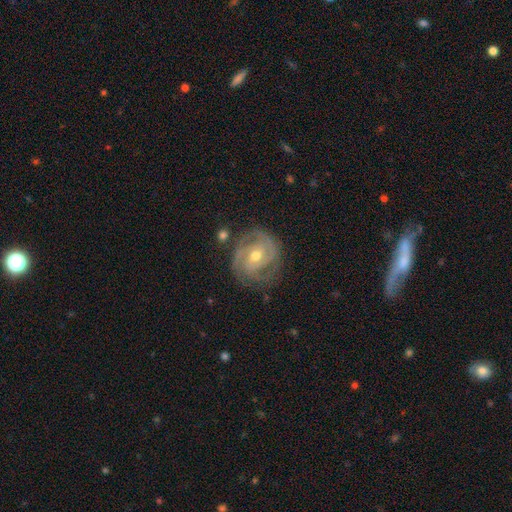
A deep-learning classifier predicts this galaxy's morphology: This appears to be a featured or disk galaxy (87%) with a weak bar (43%), 2 (50%) tight (66%) spiral arms (96%) and a moderate central bulge (65%). Merging: none (75%).